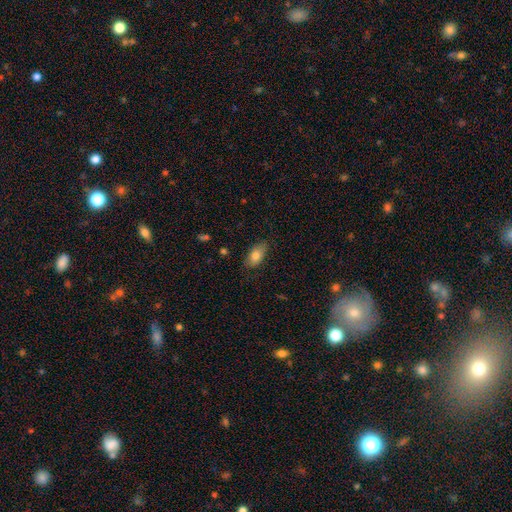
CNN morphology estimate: Smooth or featured?
  - smooth: 81% *
  - featured or disk: 12%
  - star or artifact: 7%
How rounded?
  - in between: 89% *
  - cigar-shaped: 6%
  - round: 5%
Merging?
  - none: 78% *
  - minor disturbance: 18%
  - major disturbance: 3%
  - merger: 1%